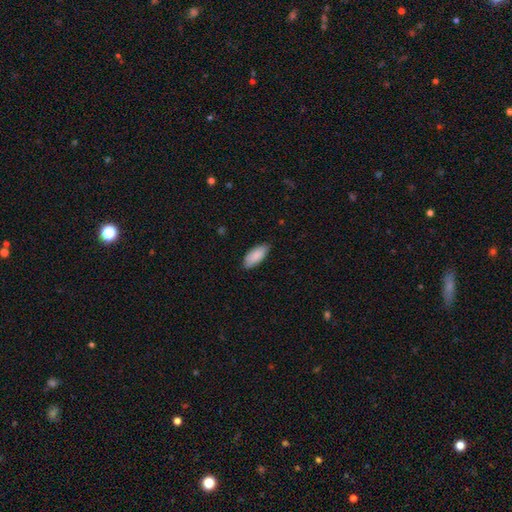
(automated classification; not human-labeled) smooth_or_featured: smooth (p=0.88) [alt: featured or disk p=0.06]
how_rounded: in between (p=0.88) [alt: cigar-shaped p=0.10]
merging: none (p=0.80) [alt: minor disturbance p=0.17]